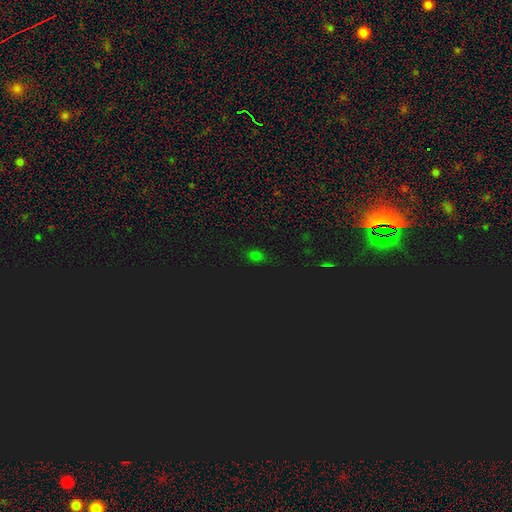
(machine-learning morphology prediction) This is possibly a smooth galaxy (54%). How rounded: likely in between (65%). Merging: clearly none (83%).